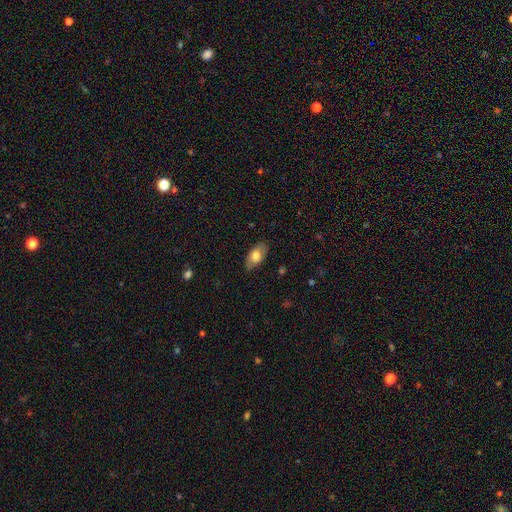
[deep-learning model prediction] A smooth galaxy with no disk features (75%) that is in between round and cigar-shaped (92%).

Vote fractions:
- Smooth or featured? smooth: 75% / featured or disk: 18% / star or artifact: 6%
- How rounded? in between: 92% / cigar-shaped: 4% / round: 4%
- Merging? none: 81% / minor disturbance: 15% / major disturbance: 3% / merger: 1%